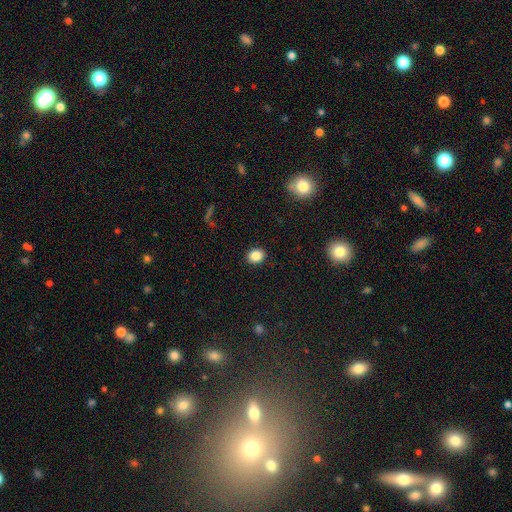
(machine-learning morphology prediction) Smooth or featured? smooth (86%)
How rounded? round (60%)
Merging? none (90%)